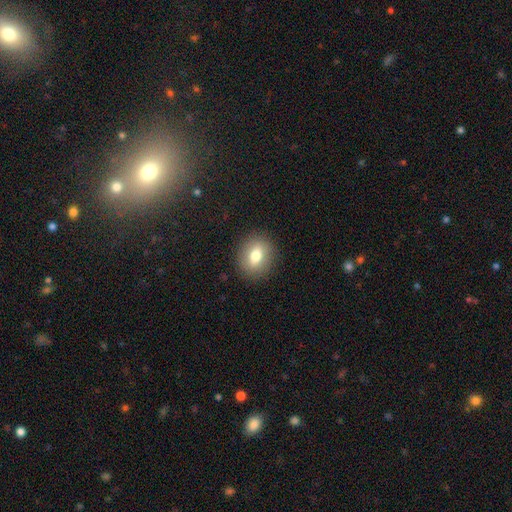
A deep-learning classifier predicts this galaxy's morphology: smooth_or_featured: smooth (p=0.72) [alt: featured or disk p=0.19]
how_rounded: round (p=0.52) [alt: in between p=0.46]
merging: none (p=0.88) [alt: minor disturbance p=0.08]